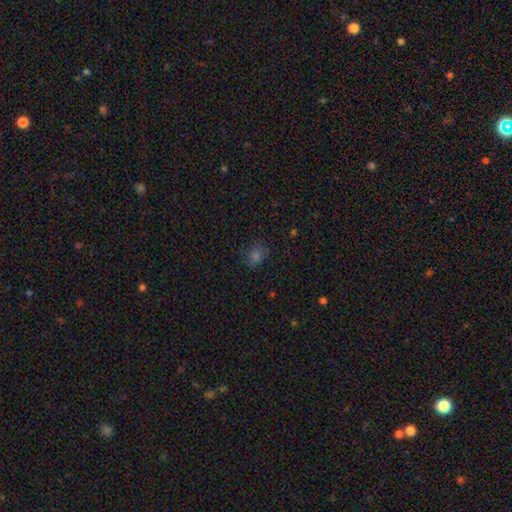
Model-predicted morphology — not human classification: This appears to be a smooth galaxy with no disk features (63%) that is round (58%). Merging: none (80%).